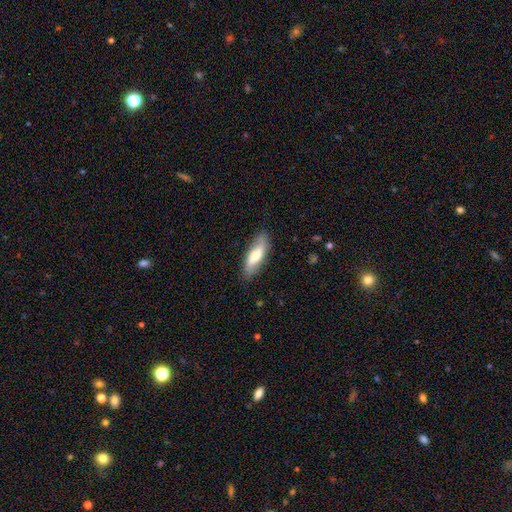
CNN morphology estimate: Q: Smooth or featured?
A: smooth (61%); runner-up: featured or disk (33%)
Q: How rounded?
A: in between (61%); runner-up: cigar-shaped (36%)
Q: Merging?
A: none (84%); runner-up: minor disturbance (12%)